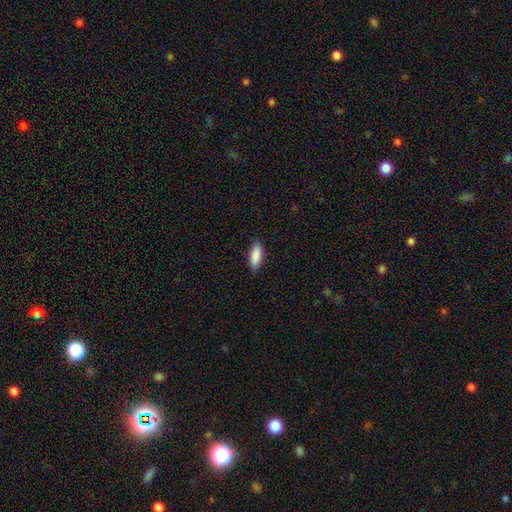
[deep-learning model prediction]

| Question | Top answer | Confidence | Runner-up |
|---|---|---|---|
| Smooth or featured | smooth | 89% | star or artifact (6%) |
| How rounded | in between | 77% | cigar-shaped (21%) |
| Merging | none | 87% | minor disturbance (10%) |